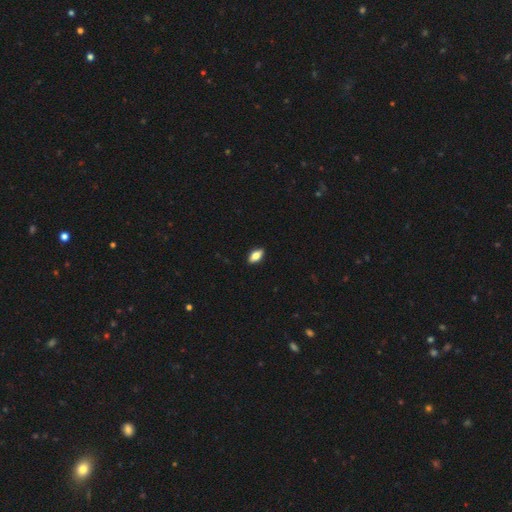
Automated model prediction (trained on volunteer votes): Smooth or featured: smooth — 74% (featured or disk — 18%)
How rounded: in between — 88% (cigar-shaped — 8%)
Merging: none — 89% (minor disturbance — 8%)